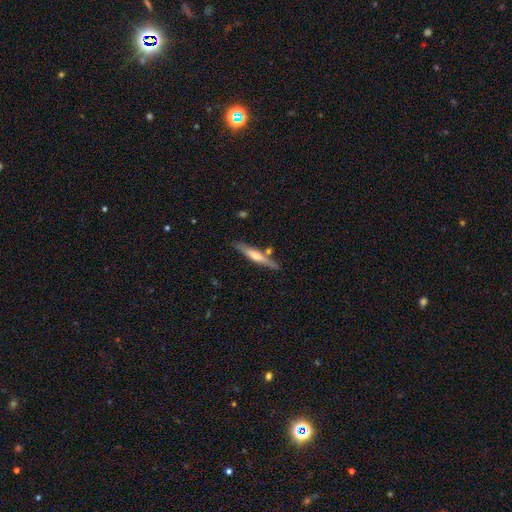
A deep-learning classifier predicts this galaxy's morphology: Smooth or featured? Predicted: featured or disk (p=0.59). Edge-on disk? Predicted: yes (p=0.96). Edge-on bulge? Predicted: rounded (p=0.73). Merging? Predicted: none (p=0.82).